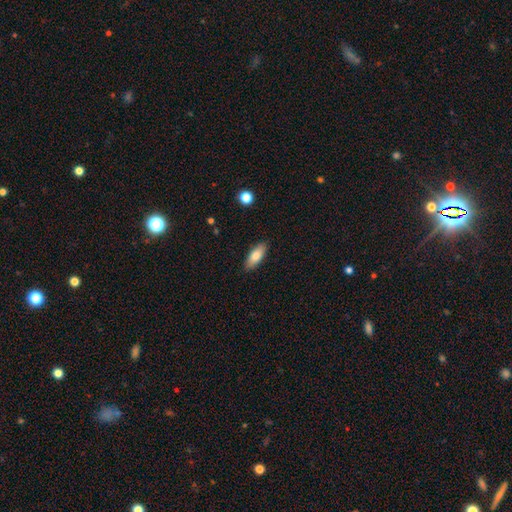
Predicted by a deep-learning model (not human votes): Q: Smooth or featured?
A: smooth (80%); runner-up: featured or disk (14%)
Q: How rounded?
A: in between (76%); runner-up: cigar-shaped (22%)
Q: Merging?
A: none (88%); runner-up: minor disturbance (9%)